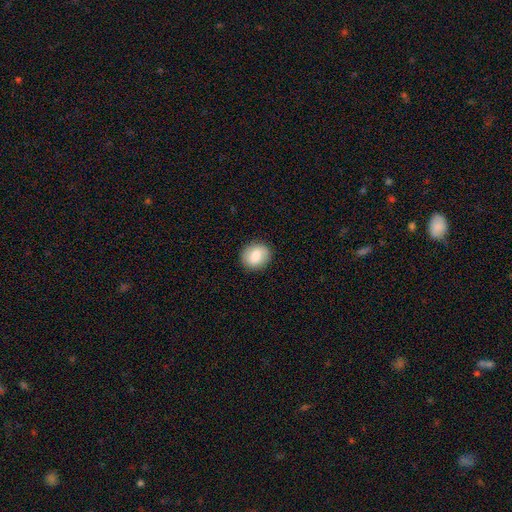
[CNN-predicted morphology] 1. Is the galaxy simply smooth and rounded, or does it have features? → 78% smooth, 14% featured or disk, 7% star or artifact.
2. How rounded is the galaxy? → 71% round, 28% in between, 1% cigar-shaped.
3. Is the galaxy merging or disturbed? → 89% none, 8% minor disturbance, 2% major disturbance, 1% merger.